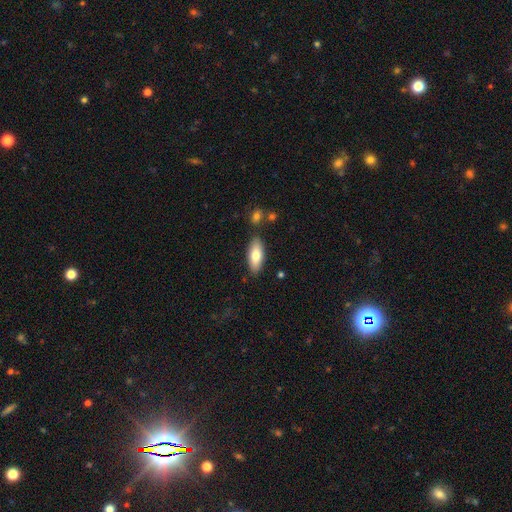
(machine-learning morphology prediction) Smooth or featured? smooth (76%)
How rounded? in between (77%)
Merging? none (84%)